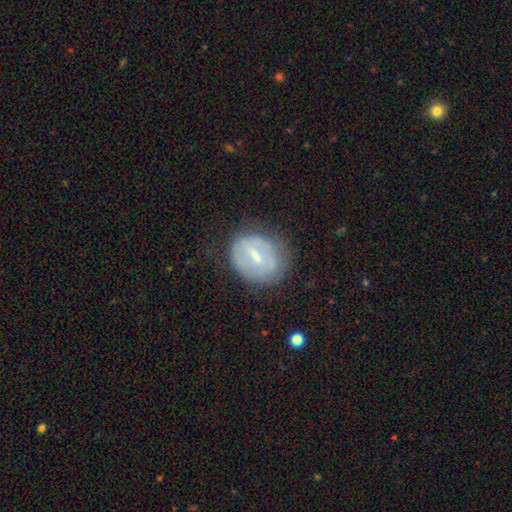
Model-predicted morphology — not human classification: featured or disk 56%, smooth 36%, star or artifact 8%. Down the decision tree: edge-on disk — no (94%); bar — weak (45%); spiral arms — no (64%); bulge size — small (52%); merging — none (70%).